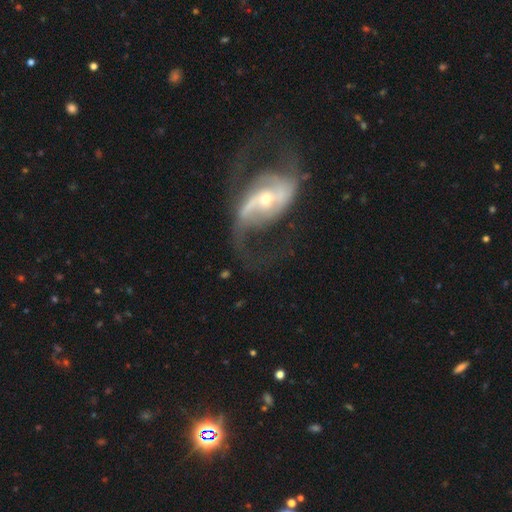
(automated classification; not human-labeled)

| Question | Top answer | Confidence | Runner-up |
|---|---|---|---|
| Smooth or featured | featured or disk | 85% | smooth (8%) |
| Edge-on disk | no | 96% | yes (4%) |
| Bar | strong | 36% | weak (35%) |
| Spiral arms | yes | 91% | no (9%) |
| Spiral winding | loose | 50% | medium (38%) |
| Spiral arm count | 2 | 85% | can't tell (5%) |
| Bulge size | small | 48% | moderate (45%) |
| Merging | none | 56% | major disturbance (25%) |